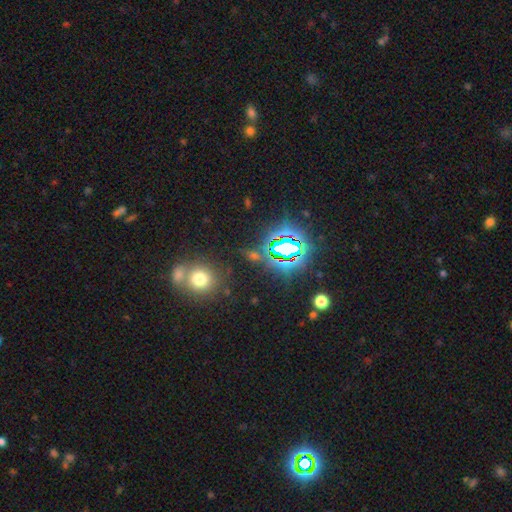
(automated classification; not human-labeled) Q: Smooth or featured?
A: star or artifact (70%); runner-up: smooth (21%)